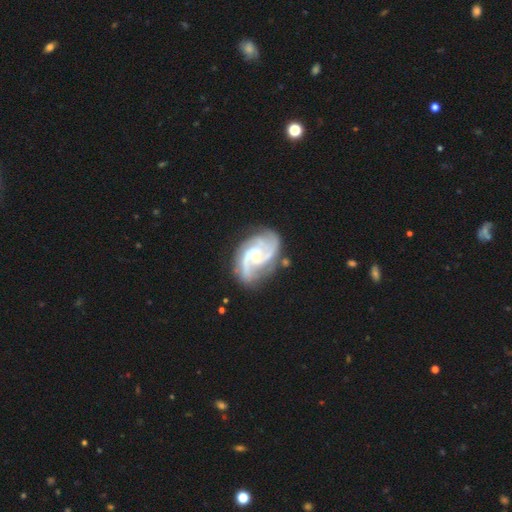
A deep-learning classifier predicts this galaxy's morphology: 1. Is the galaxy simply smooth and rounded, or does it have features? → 91% featured or disk, 5% smooth, 5% star or artifact.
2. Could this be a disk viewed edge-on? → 98% no, 2% yes.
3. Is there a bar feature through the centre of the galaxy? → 51% no, 40% weak, 9% strong.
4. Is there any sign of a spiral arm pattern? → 98% yes, 2% no.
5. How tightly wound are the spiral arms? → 53% medium, 32% tight, 15% loose.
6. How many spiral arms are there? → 46% 2, 31% 3, 9% can't tell, 6% 4, 4% 1, 4% more than 4.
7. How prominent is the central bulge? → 63% small, 25% moderate, 9% none, 2% large, 1% dominant.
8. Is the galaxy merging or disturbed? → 70% none, 18% minor disturbance, 9% major disturbance, 3% merger.